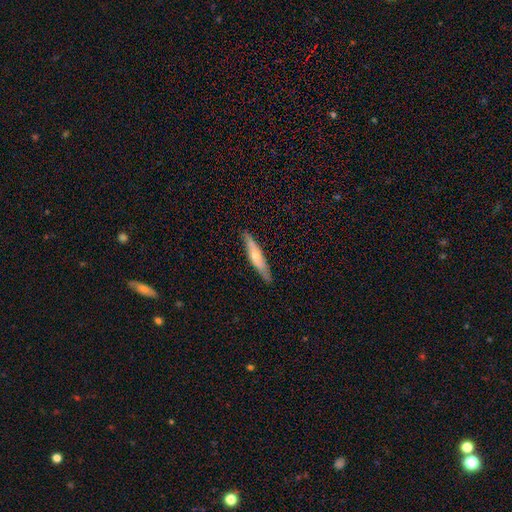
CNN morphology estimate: A smooth galaxy with no disk features (47%, tied with featured or disk). Merging: none (86%).